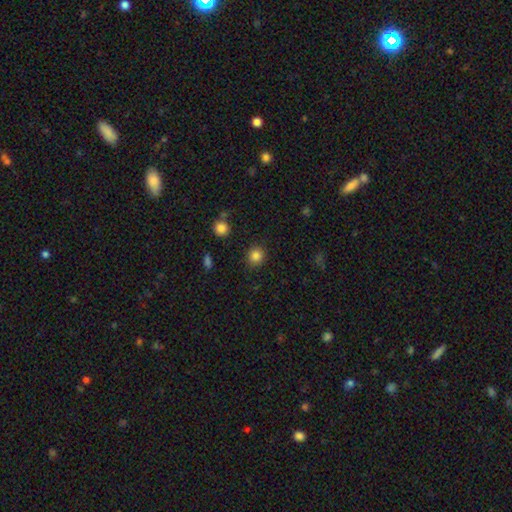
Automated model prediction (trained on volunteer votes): Overall: smooth (84%). How rounded: round (86%). Merging: none (89%).